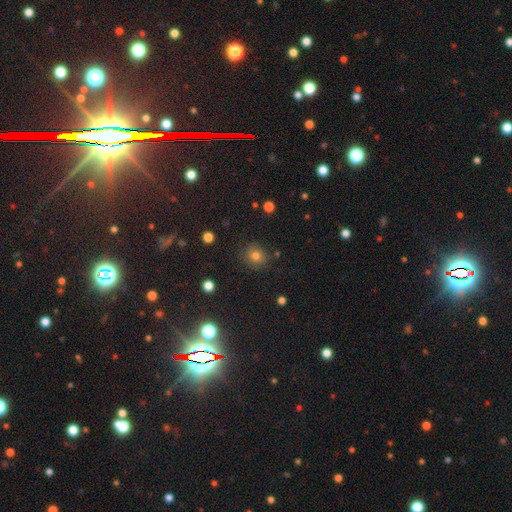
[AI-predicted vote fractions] Smooth or featured?
  - smooth: 75% *
  - star or artifact: 17%
  - featured or disk: 8%
How rounded?
  - round: 84% *
  - in between: 15%
  - cigar-shaped: 1%
Merging?
  - none: 84% *
  - minor disturbance: 10%
  - major disturbance: 3%
  - merger: 2%